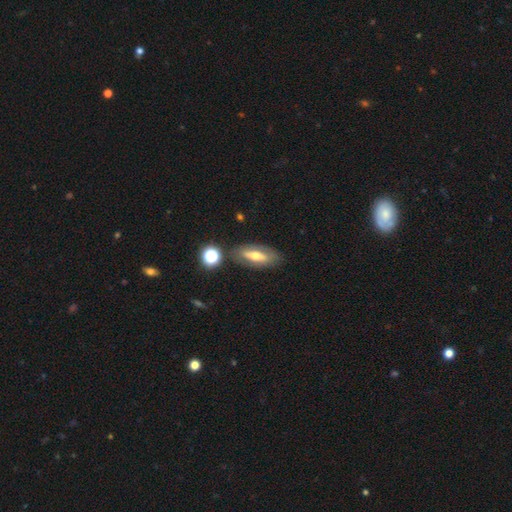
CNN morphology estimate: A featured or disk galaxy (48%). Merging: none (78%).